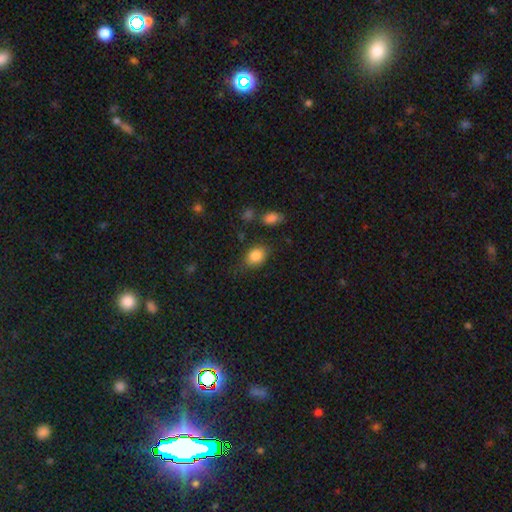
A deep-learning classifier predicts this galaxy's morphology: Smooth or featured? smooth (84%)
How rounded? in between (69%)
Merging? none (70%)